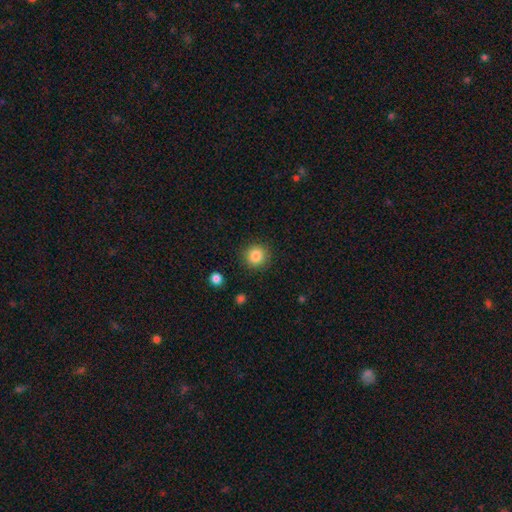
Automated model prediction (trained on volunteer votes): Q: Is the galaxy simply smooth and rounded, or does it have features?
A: smooth — 85%.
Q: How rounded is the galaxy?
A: round — 93%.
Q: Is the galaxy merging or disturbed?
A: none — 89%.